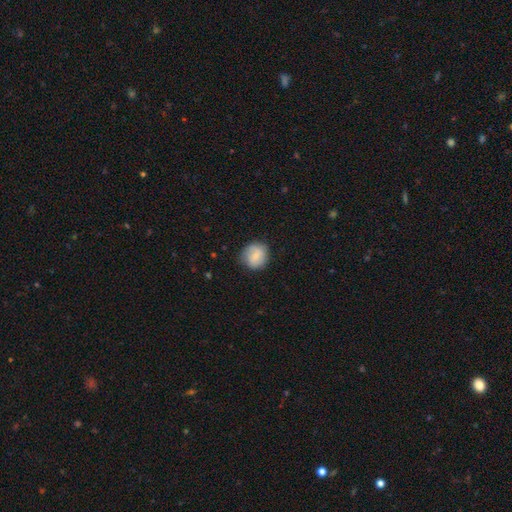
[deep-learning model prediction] Smooth or featured?
  - smooth: 65% *
  - featured or disk: 28%
  - star or artifact: 7%
How rounded?
  - round: 87% *
  - in between: 12%
  - cigar-shaped: 1%
Merging?
  - none: 77% *
  - minor disturbance: 17%
  - major disturbance: 5%
  - merger: 1%